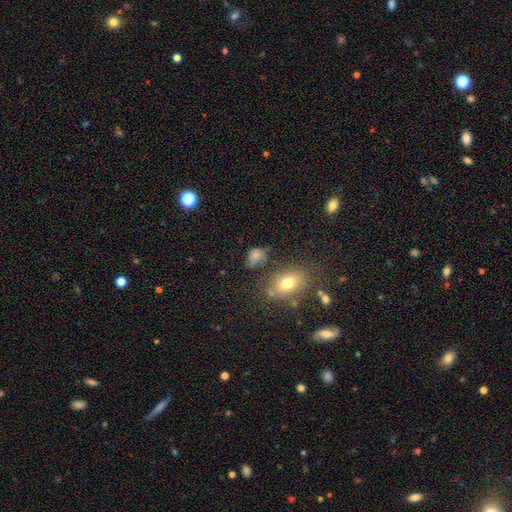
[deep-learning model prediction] smooth 70%, star or artifact 16%, featured or disk 14%. Down the decision tree: how rounded — in between (63%); merging — none (50%).